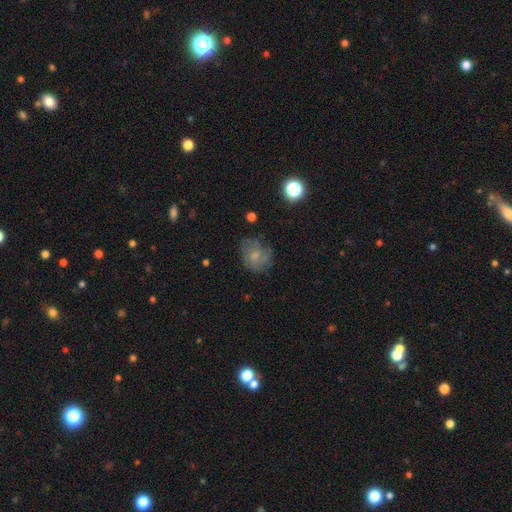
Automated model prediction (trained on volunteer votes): Smooth or featured: smooth — 61% (featured or disk — 27%)
How rounded: round — 69% (in between — 30%)
Merging: none — 63% (minor disturbance — 24%)